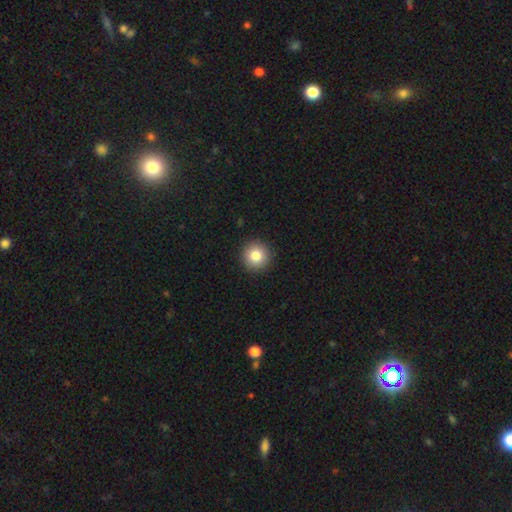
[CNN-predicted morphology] A smooth galaxy with no disk features (83%) that is round (95%).

Vote fractions:
- Smooth or featured? smooth: 83% / star or artifact: 10% / featured or disk: 7%
- How rounded? round: 95% / in between: 4% / cigar-shaped: 1%
- Merging? none: 93% / minor disturbance: 5% / major disturbance: 2% / merger: 1%